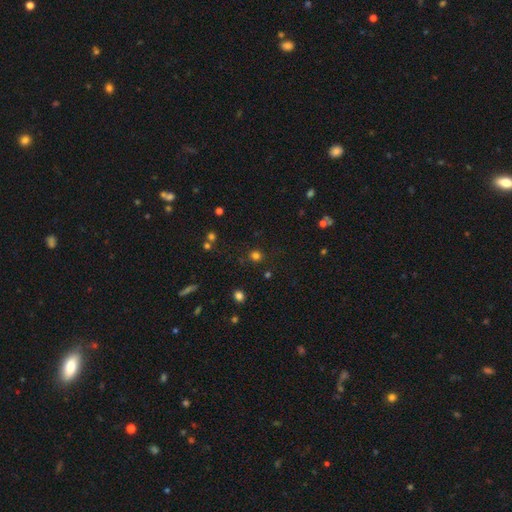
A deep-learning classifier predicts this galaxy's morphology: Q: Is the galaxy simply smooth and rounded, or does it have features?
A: smooth — 73%.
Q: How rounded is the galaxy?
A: round — 91%.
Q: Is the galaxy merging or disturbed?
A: none — 86%.